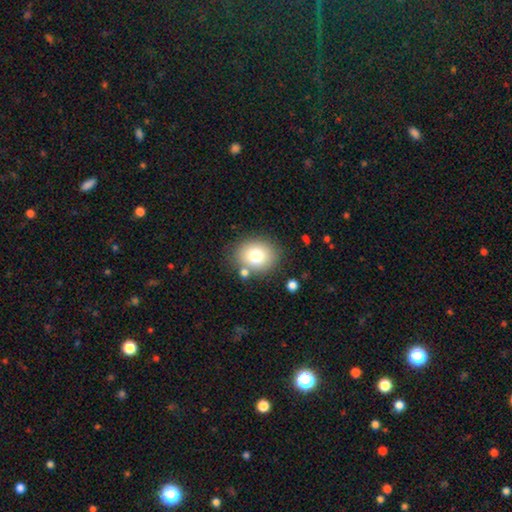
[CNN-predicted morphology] smooth_or_featured: smooth (p=0.78) [alt: featured or disk p=0.12]
how_rounded: round (p=0.60) [alt: in between p=0.39]
merging: none (p=0.79) [alt: minor disturbance p=0.11]